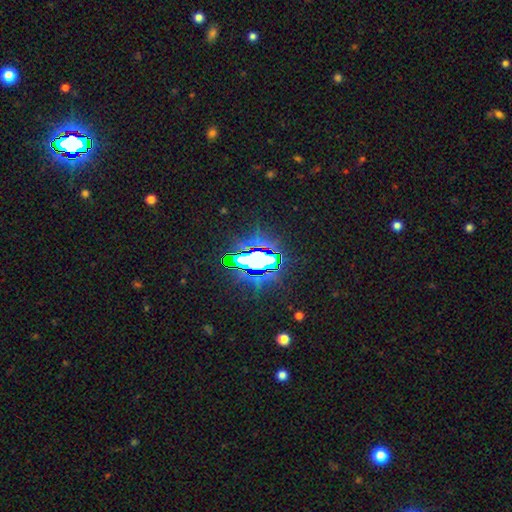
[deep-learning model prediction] A star or artifact, not a galaxy (81%).